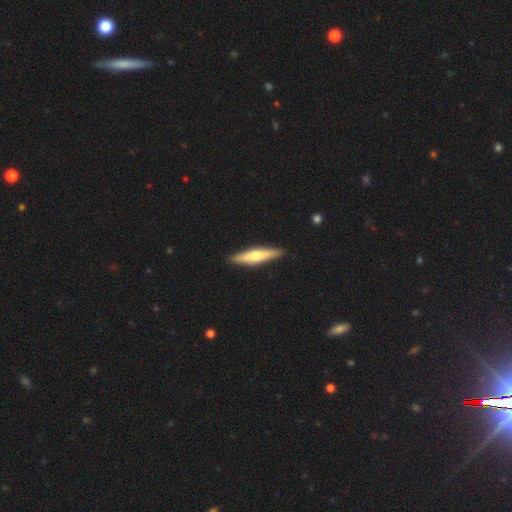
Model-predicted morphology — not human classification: A smooth galaxy with no disk features (49%).

Vote fractions:
- Smooth or featured? smooth: 49% / featured or disk: 46% / star or artifact: 5%
- Merging? none: 91% / minor disturbance: 7% / major disturbance: 1% / merger: 1%